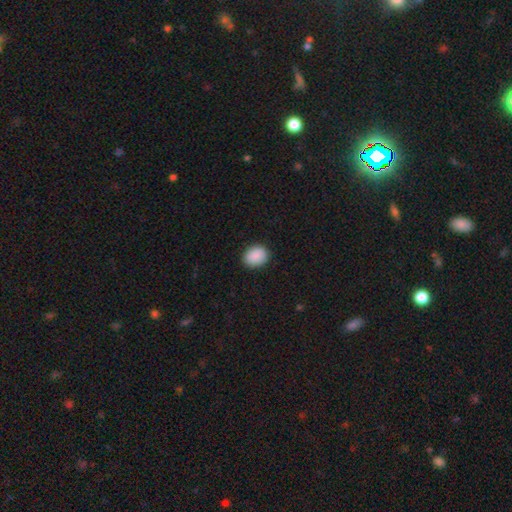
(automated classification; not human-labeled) Smooth or featured: smooth — 89% (star or artifact — 7%)
How rounded: in between — 52% (round — 47%)
Merging: none — 89% (minor disturbance — 8%)